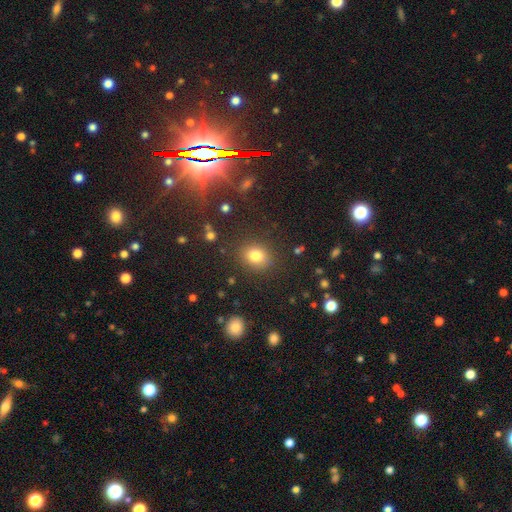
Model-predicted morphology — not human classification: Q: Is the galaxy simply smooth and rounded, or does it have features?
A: smooth — 80%.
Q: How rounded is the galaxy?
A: round — 58%.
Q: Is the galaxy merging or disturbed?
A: none — 85%.